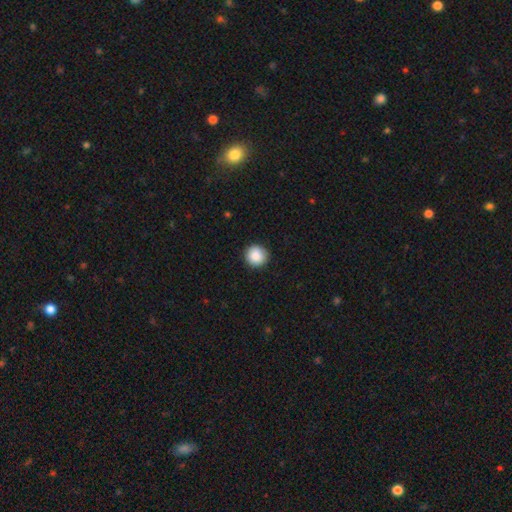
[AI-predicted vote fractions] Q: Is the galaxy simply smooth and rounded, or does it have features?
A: smooth — 88%.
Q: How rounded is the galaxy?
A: round — 95%.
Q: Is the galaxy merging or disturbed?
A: none — 92%.